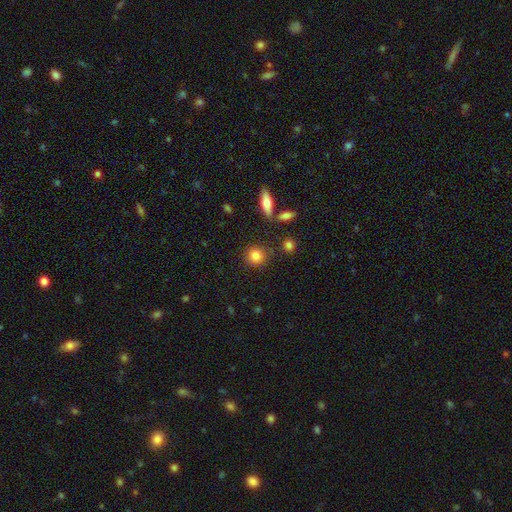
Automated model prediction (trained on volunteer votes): Smooth or featured? smooth (83%)
How rounded? round (87%)
Merging? none (85%)